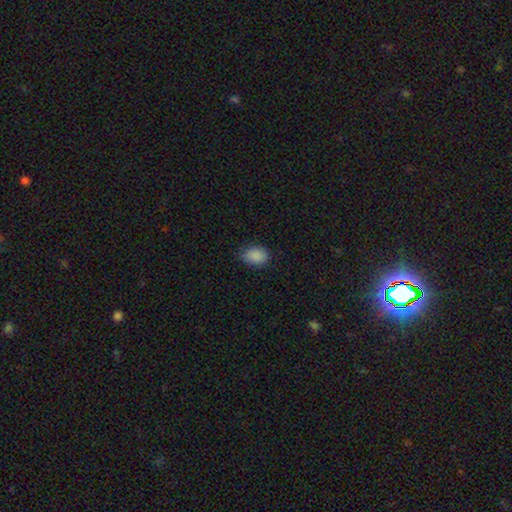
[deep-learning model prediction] Smooth or featured? smooth (88%)
How rounded? in between (75%)
Merging? none (76%)